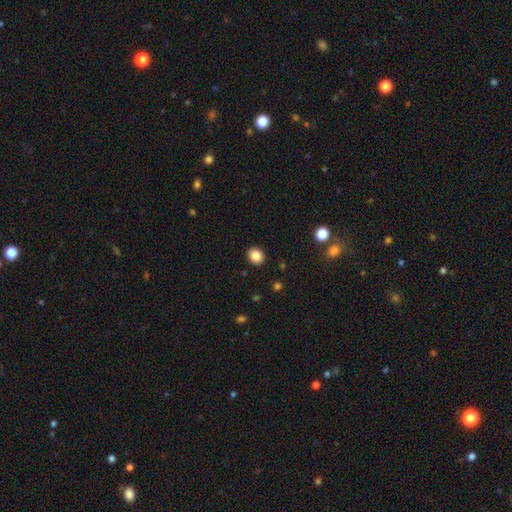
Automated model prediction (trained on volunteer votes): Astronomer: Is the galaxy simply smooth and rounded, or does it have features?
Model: smooth — 86%.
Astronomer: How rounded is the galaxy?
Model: round — 68%.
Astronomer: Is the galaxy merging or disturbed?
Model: none — 91%.